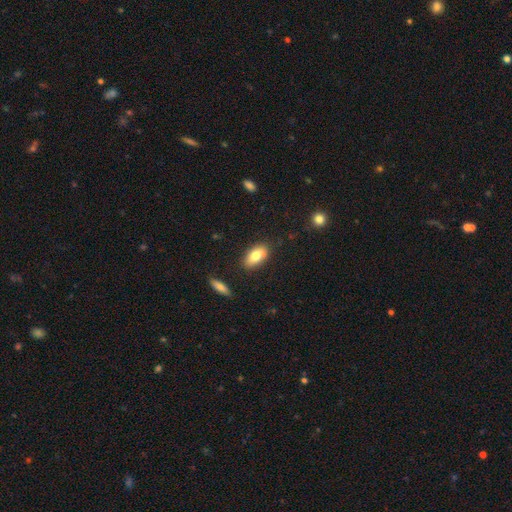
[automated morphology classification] Smooth or featured?
  - smooth: 78% *
  - featured or disk: 15%
  - star or artifact: 7%
How rounded?
  - in between: 91% *
  - cigar-shaped: 5%
  - round: 4%
Merging?
  - none: 82% *
  - minor disturbance: 12%
  - merger: 3%
  - major disturbance: 3%